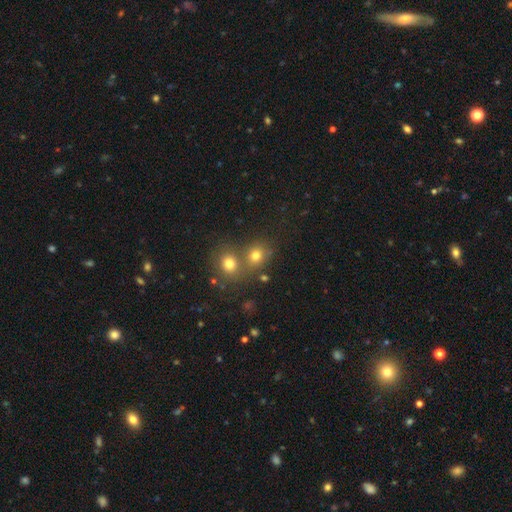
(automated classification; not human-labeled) Overall: smooth (74%). How rounded: round (72%). Merging: none (48%; merger 41%).